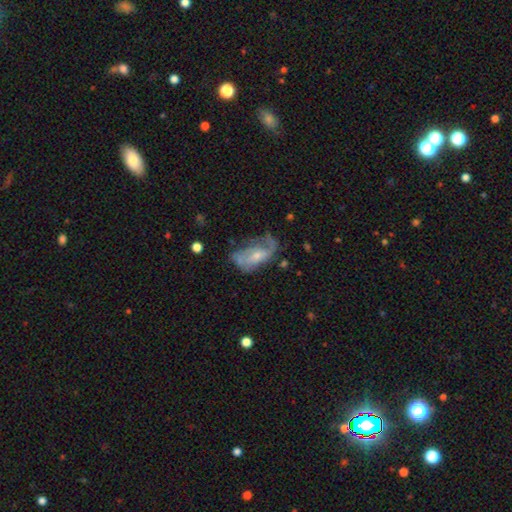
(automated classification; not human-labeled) Q: Smooth or featured?
A: featured or disk (68%); runner-up: smooth (25%)
Q: Edge-on disk?
A: no (94%); runner-up: yes (6%)
Q: Bar?
A: no (58%); runner-up: weak (33%)
Q: Spiral arms?
A: yes (79%); runner-up: no (21%)
Q: Spiral winding?
A: loose (39%); tied with: medium (39%)
Q: Spiral arm count?
A: 2 (48%); runner-up: 1 (22%)
Q: Bulge size?
A: small (55%); runner-up: moderate (35%)
Q: Merging?
A: none (40%); runner-up: major disturbance (30%)